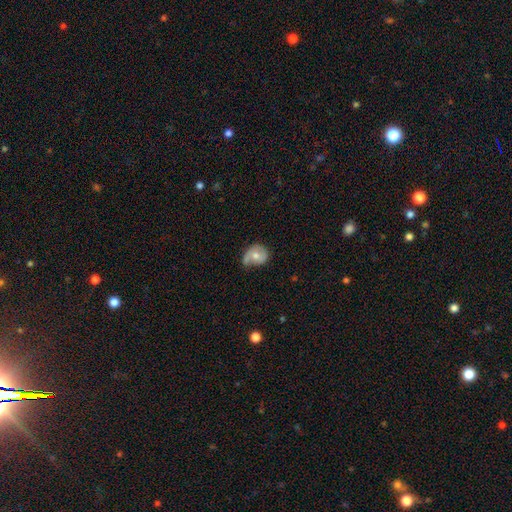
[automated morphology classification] smooth_or_featured: smooth (p=0.49) [alt: featured or disk p=0.44]
merging: none (p=0.42) [alt: minor disturbance p=0.39]